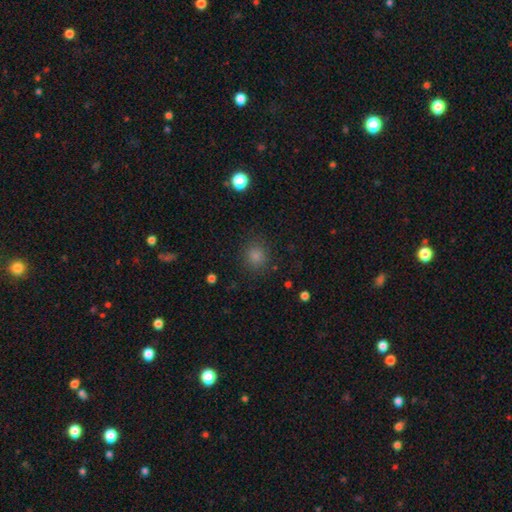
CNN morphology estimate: Smooth or featured? Predicted: smooth (p=0.76). How rounded? Predicted: round (p=0.88). Merging? Predicted: none (p=0.89).